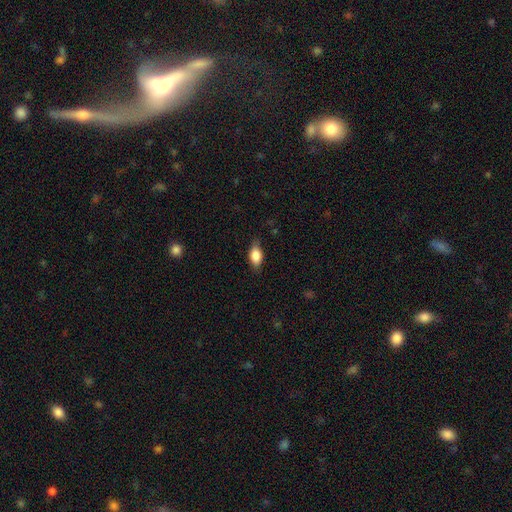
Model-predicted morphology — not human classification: Smooth or featured? smooth (83%)
How rounded? in between (87%)
Merging? none (76%)